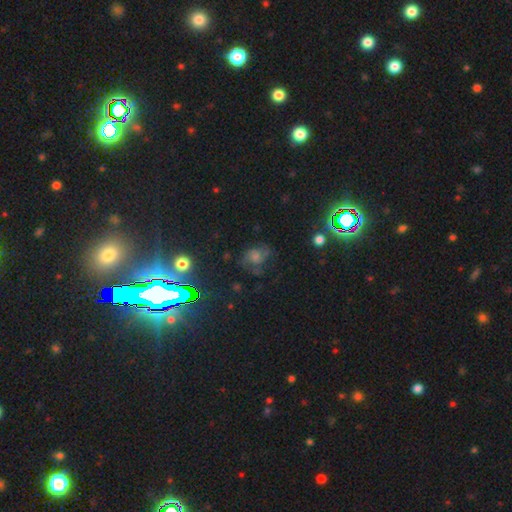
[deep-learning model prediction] smooth_or_featured: star or artifact (p=0.40) [alt: featured or disk p=0.31]